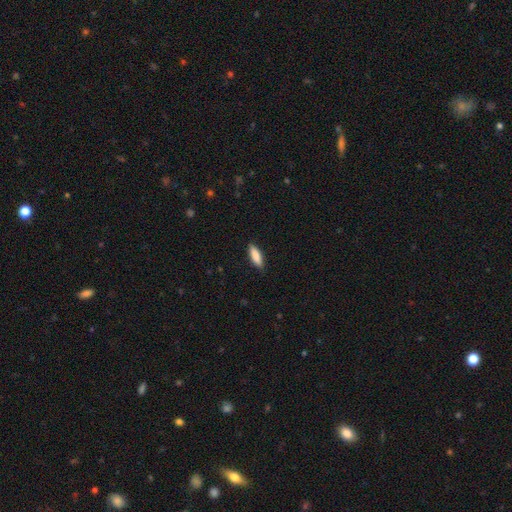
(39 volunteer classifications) Morphology: type=smooth (85%); roundness=cigar-shaped (52%); merging=none (81%).